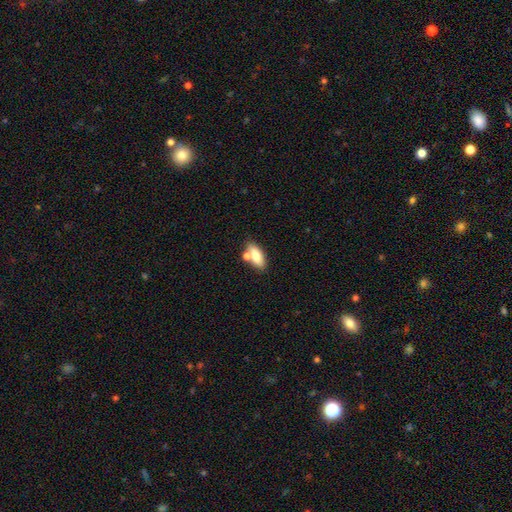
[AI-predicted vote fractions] Smooth or featured? smooth (78%)
How rounded? in between (80%)
Merging? none (55%)